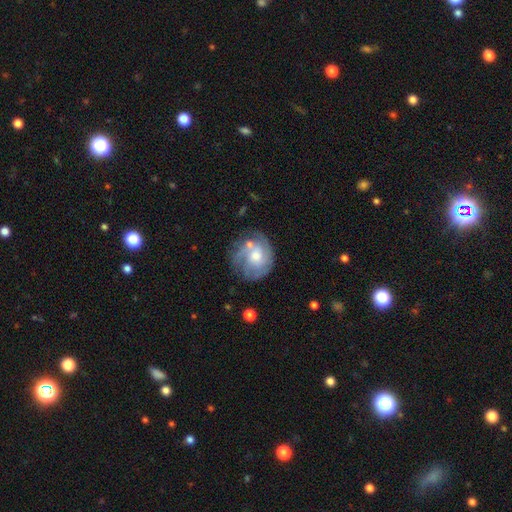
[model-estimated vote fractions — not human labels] Smooth or featured?
  - featured or disk: 65% *
  - smooth: 28%
  - star or artifact: 7%
Edge-on disk?
  - no: 97% *
  - yes: 3%
Bar?
  - no: 76% *
  - weak: 21%
  - strong: 3%
Spiral arms?
  - yes: 78% *
  - no: 22%
Bulge size?
  - moderate: 61% *
  - small: 26%
  - large: 8%
  - none: 3%
  - dominant: 1%
Merging?
  - none: 61% *
  - minor disturbance: 20%
  - major disturbance: 10%
  - merger: 9%